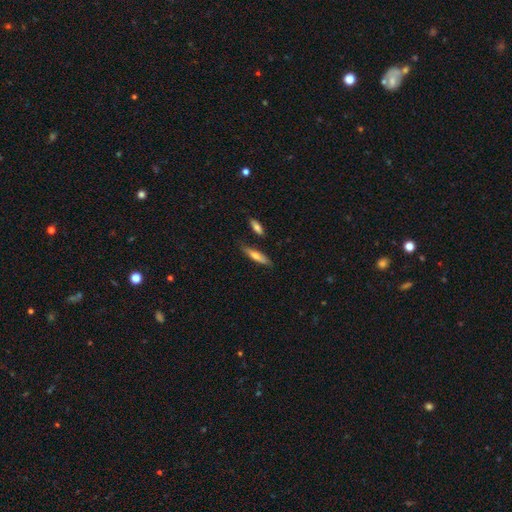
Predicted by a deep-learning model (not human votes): smooth-or-featured: smooth: 59% | featured or disk: 34% | star or artifact: 6%
  how-rounded: cigar-shaped: 73% | in between: 25% | round: 2%
  merging: none: 77% | minor disturbance: 15% | merger: 5% | major disturbance: 3%